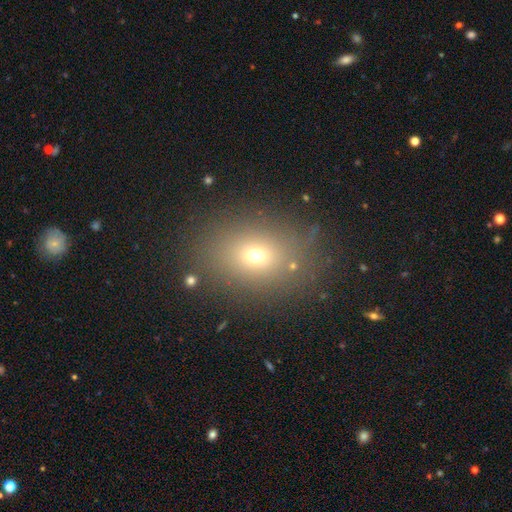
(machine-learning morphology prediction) A smooth galaxy with no disk features (65%) that is in between round and cigar-shaped (57%). Merging: none (82%).